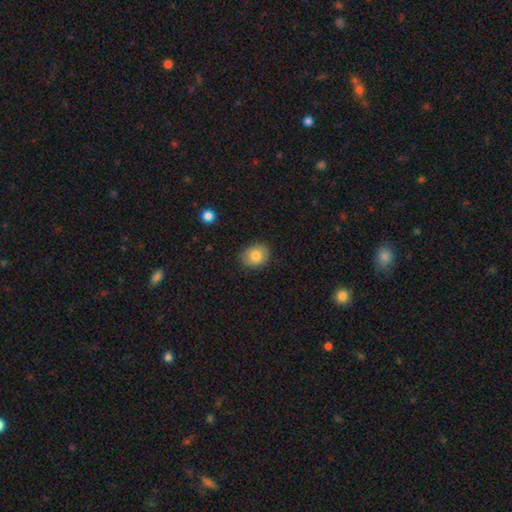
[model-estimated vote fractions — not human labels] Smooth or featured?
  - smooth: 83% *
  - star or artifact: 9%
  - featured or disk: 8%
How rounded?
  - round: 58% *
  - in between: 41%
  - cigar-shaped: 1%
Merging?
  - none: 86% *
  - minor disturbance: 11%
  - major disturbance: 2%
  - merger: 1%